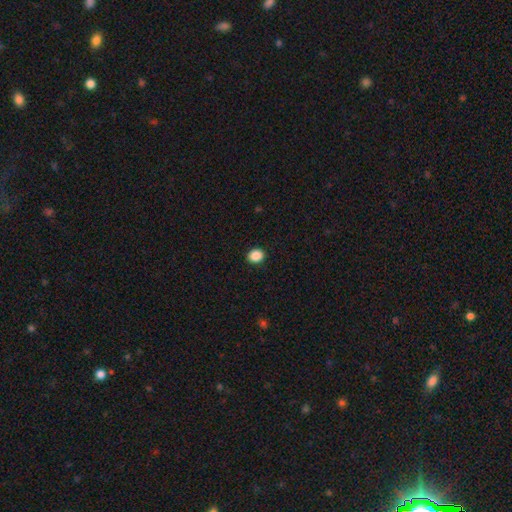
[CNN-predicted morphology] A smooth galaxy with no disk features (88%) that is round (60%). Merging: none (92%).